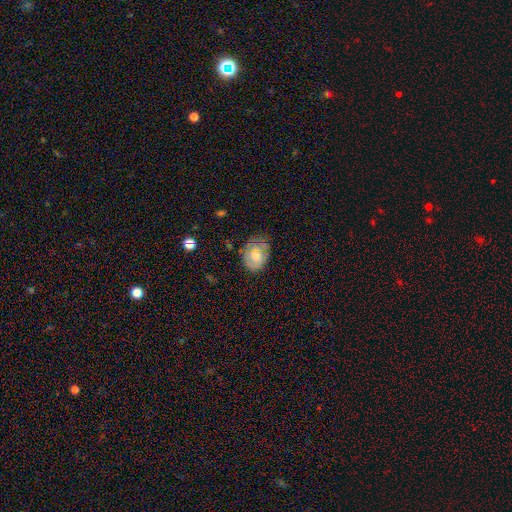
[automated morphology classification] Smooth or featured? smooth (62%)
How rounded? in between (65%)
Merging? none (49%)